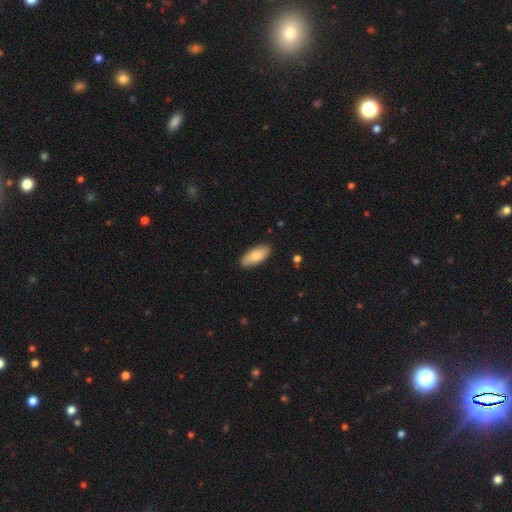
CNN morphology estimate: Smooth or featured? Predicted: smooth (p=0.83). How rounded? Predicted: in between (p=0.86). Merging? Predicted: none (p=0.87).